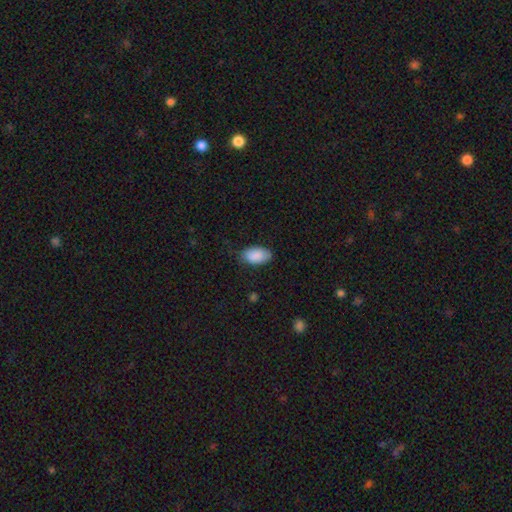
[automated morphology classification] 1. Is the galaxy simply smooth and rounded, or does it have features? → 89% smooth, 6% star or artifact, 5% featured or disk.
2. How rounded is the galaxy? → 94% in between, 5% round, 2% cigar-shaped.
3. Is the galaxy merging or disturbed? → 72% none, 22% minor disturbance, 4% major disturbance, 1% merger.